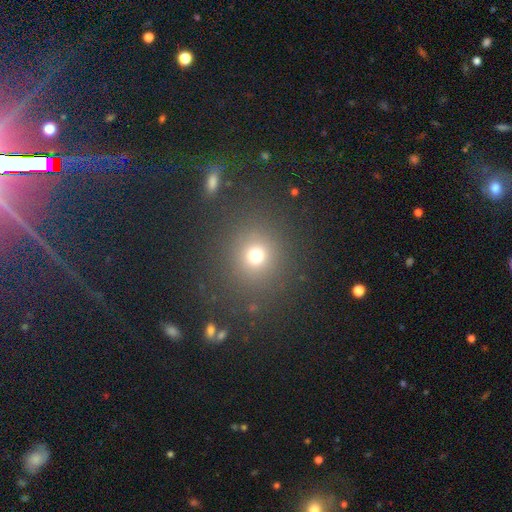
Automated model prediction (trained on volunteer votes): Q: Smooth or featured?
A: smooth (71%); runner-up: star or artifact (22%)
Q: How rounded?
A: round (86%); runner-up: in between (13%)
Q: Merging?
A: none (83%); runner-up: minor disturbance (8%)